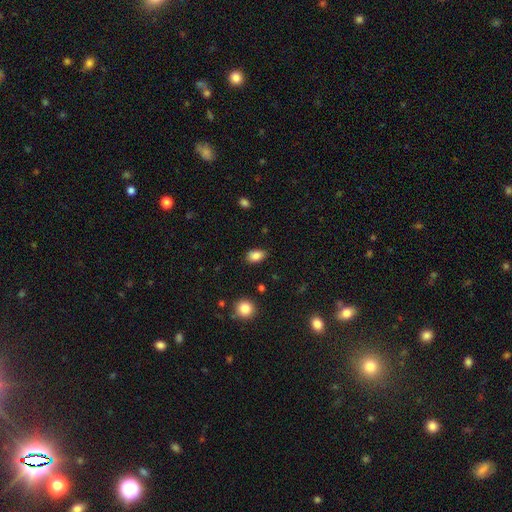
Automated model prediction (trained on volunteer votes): A smooth galaxy with no disk features (86%) that is in between round and cigar-shaped (85%).

Vote fractions:
- Smooth or featured? smooth: 86% / star or artifact: 9% / featured or disk: 5%
- How rounded? in between: 85% / round: 13% / cigar-shaped: 2%
- Merging? none: 82% / minor disturbance: 14% / major disturbance: 3% / merger: 1%